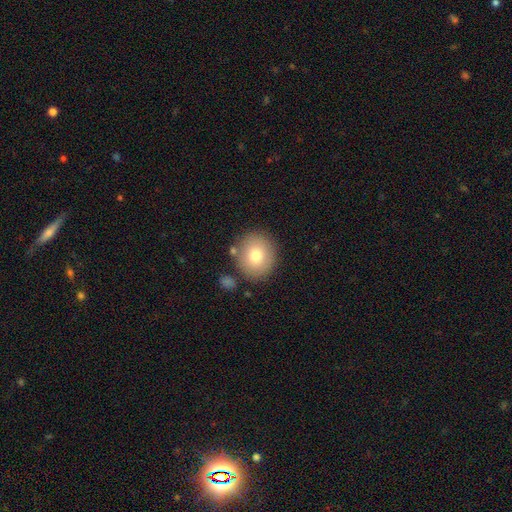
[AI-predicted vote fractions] smooth 76%, featured or disk 14%, star or artifact 10%. Down the decision tree: how rounded — round (86%); merging — none (82%).